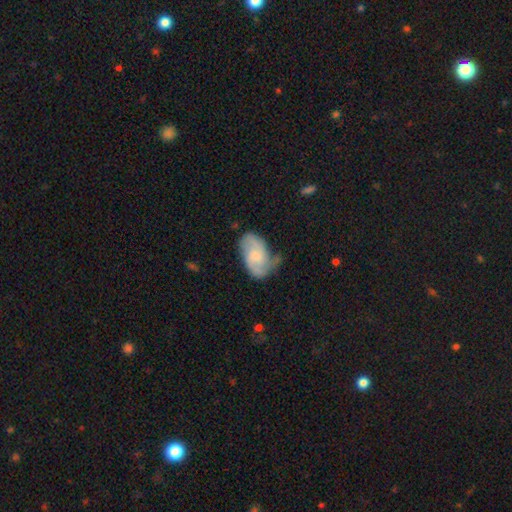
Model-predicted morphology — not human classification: A featured or disk galaxy (63%) with no bar (57%), 2 (74%) medium (45%) spiral arms (90%) and no central bulge (33%). Merging: none (48%).